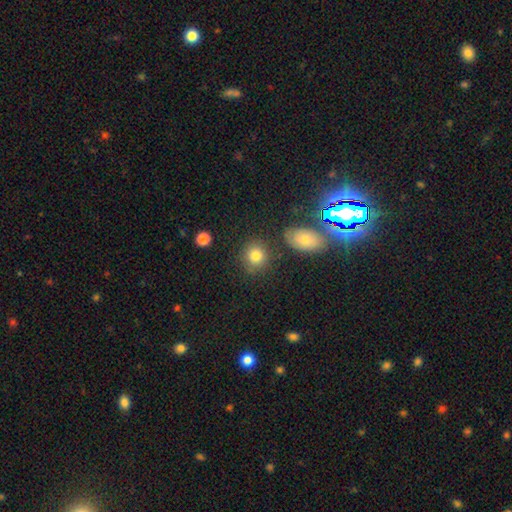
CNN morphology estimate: A smooth galaxy with no disk features (82%) that is round (83%). Merging: none (80%).